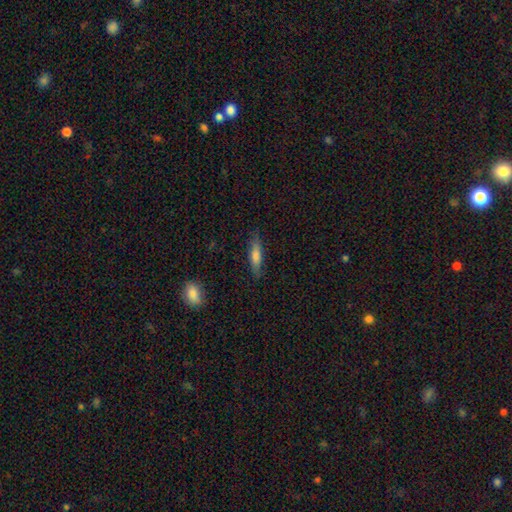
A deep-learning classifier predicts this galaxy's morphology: Smooth or featured: smooth — 62% (featured or disk — 30%)
How rounded: cigar-shaped — 75% (in between — 23%)
Merging: none — 85% (minor disturbance — 12%)